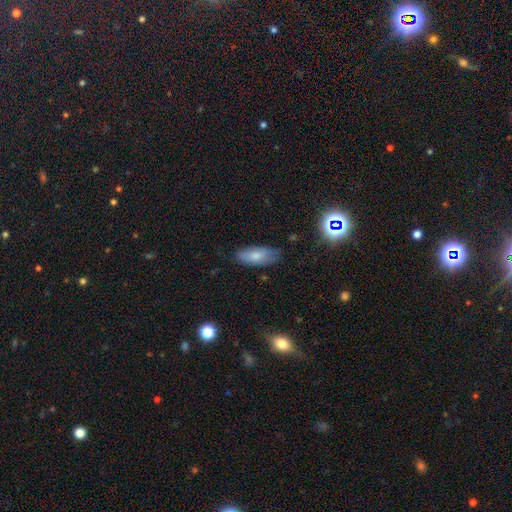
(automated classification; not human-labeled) Smooth or featured? smooth (76%)
How rounded? in between (81%)
Merging? none (71%)